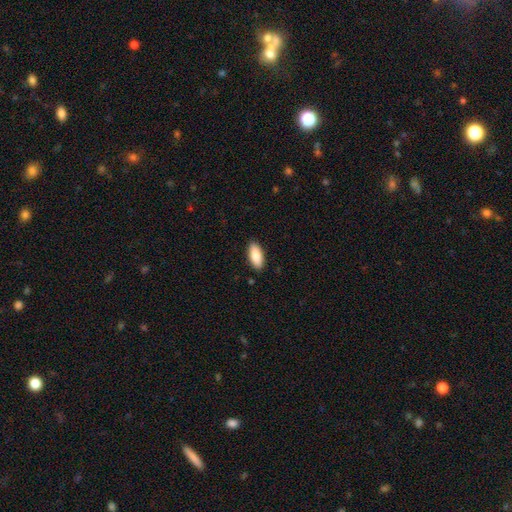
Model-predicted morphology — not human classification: Smooth or featured? Predicted: smooth (p=0.88). How rounded? Predicted: in between (p=0.87). Merging? Predicted: none (p=0.89).